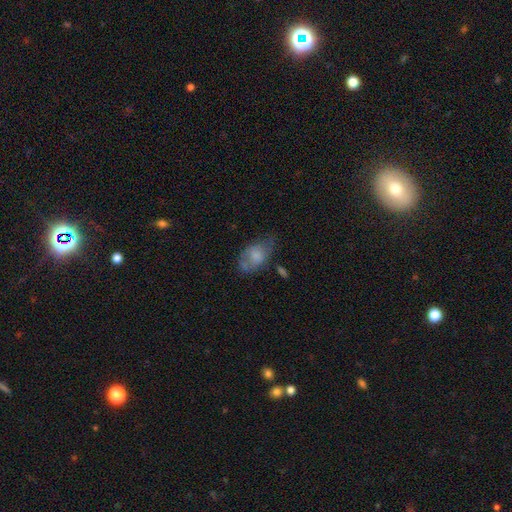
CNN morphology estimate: Smooth or featured? smooth (66%)
How rounded? in between (88%)
Merging? none (40%)